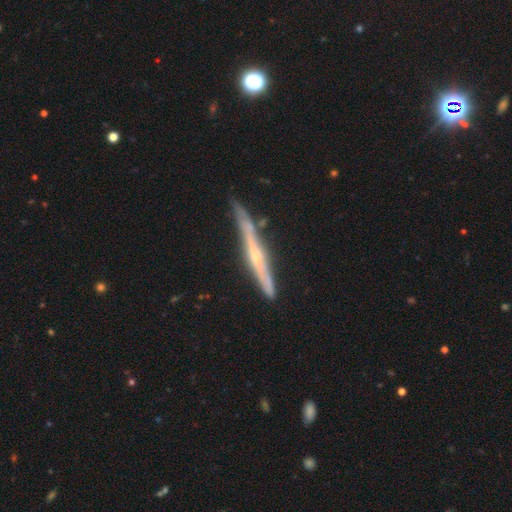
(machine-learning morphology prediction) smooth_or_featured: featured or disk (p=0.74) [alt: smooth p=0.21]
disk_edge_on: yes (p=0.96) [alt: no p=0.04]
edge_on_bulge: rounded (p=0.60) [alt: none p=0.34]
merging: none (p=0.76) [alt: minor disturbance p=0.17]